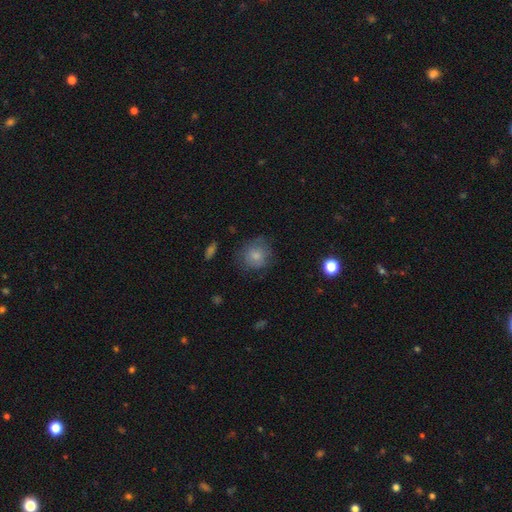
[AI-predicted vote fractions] Smooth or featured?
  - smooth: 79% *
  - featured or disk: 13%
  - star or artifact: 9%
How rounded?
  - round: 83% *
  - in between: 16%
  - cigar-shaped: 1%
Merging?
  - none: 69% *
  - minor disturbance: 21%
  - major disturbance: 8%
  - merger: 2%